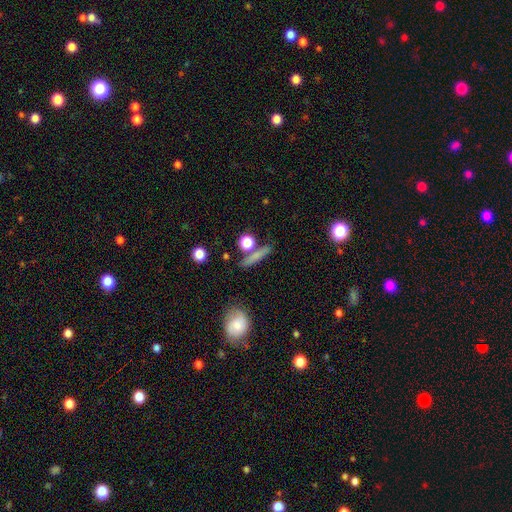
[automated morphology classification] Overall: smooth (67%). How rounded: cigar-shaped (71%). Merging: none (74%).